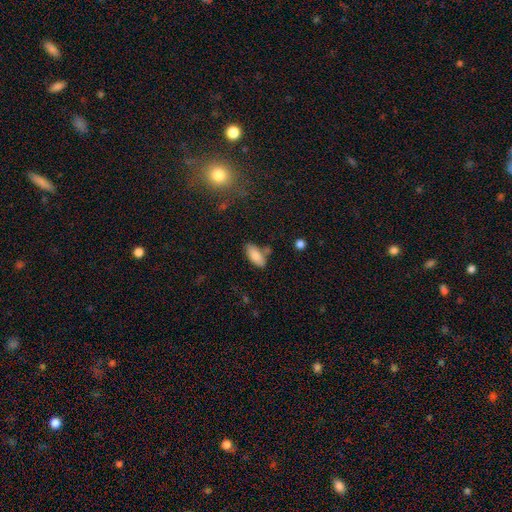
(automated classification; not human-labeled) Smooth or featured: smooth — 85% (featured or disk — 8%)
How rounded: in between — 87% (cigar-shaped — 11%)
Merging: none — 67% (minor disturbance — 17%)